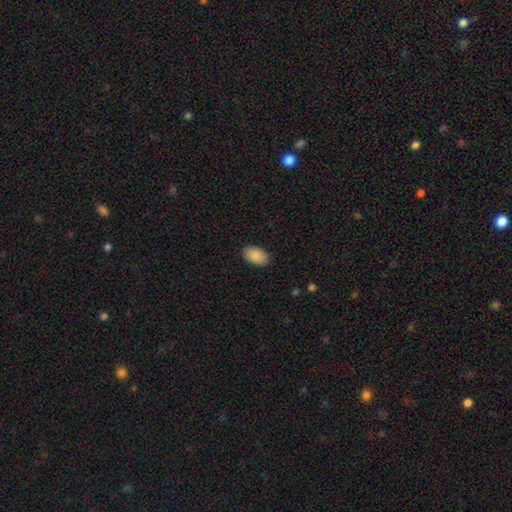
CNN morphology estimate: This appears to be a smooth galaxy with no disk features (90%) that is in between round and cigar-shaped (93%). Merging: none (88%).